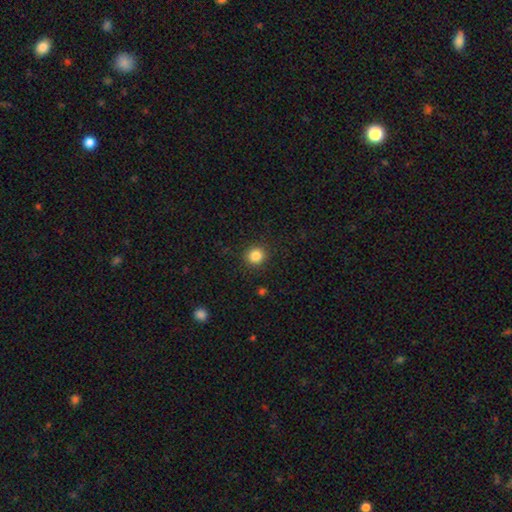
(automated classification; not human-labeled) smooth_or_featured: smooth (p=0.85) [alt: star or artifact p=0.11]
how_rounded: round (p=0.92) [alt: in between p=0.07]
merging: none (p=0.91) [alt: minor disturbance p=0.06]